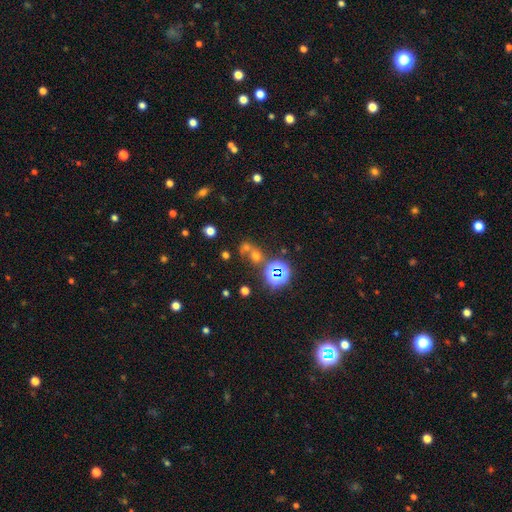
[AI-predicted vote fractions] The model was most divided on "merging": none: 45%, merger: 41%, minor disturbance: 8%, major disturbance: 6%. Remaining: smooth or featured — smooth (48%).